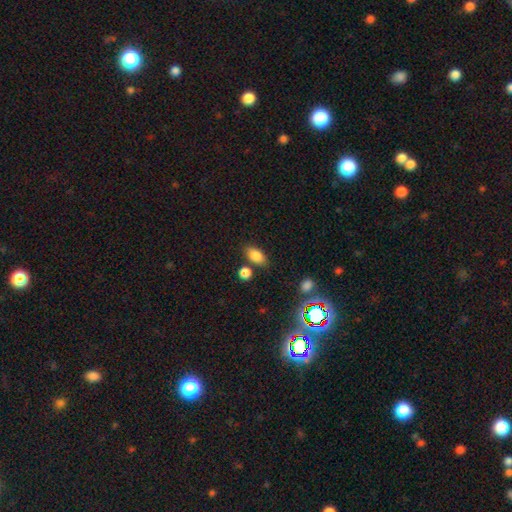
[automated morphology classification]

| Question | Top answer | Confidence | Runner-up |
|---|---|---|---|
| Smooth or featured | smooth | 83% | star or artifact (11%) |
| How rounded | in between | 87% | round (9%) |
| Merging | none | 74% | minor disturbance (13%) |